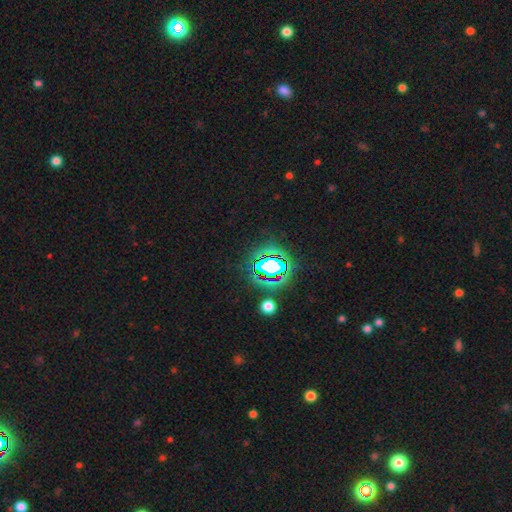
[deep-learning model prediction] smooth_or_featured: star or artifact (p=0.79) [alt: smooth p=0.13]